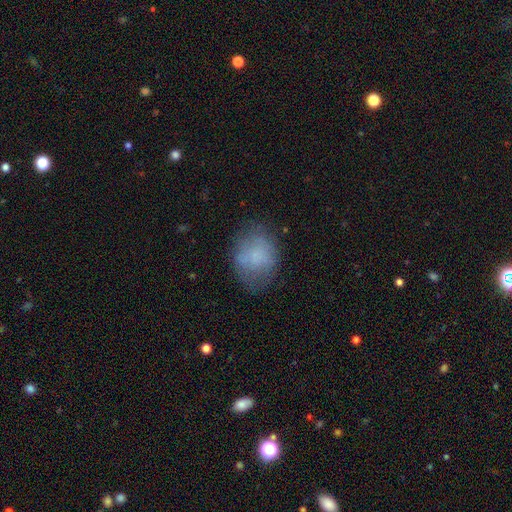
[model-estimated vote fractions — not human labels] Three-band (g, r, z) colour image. It shows a smooth galaxy with no disk features (68%) that is round (55%). Merging: none (61%).